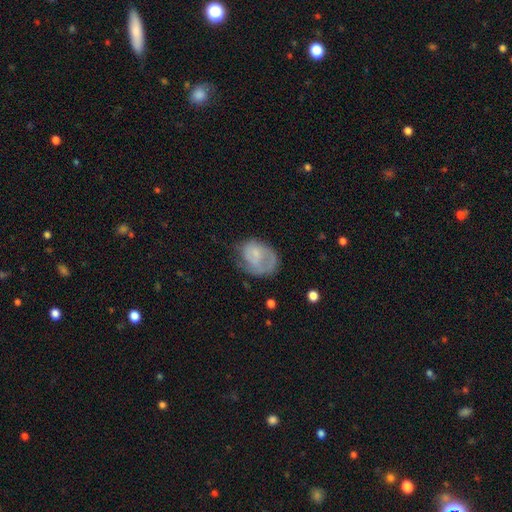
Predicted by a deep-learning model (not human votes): Q: Smooth or featured?
A: smooth (53%); runner-up: featured or disk (38%)
Q: How rounded?
A: in between (63%); runner-up: round (36%)
Q: Merging?
A: none (40%); runner-up: minor disturbance (30%)